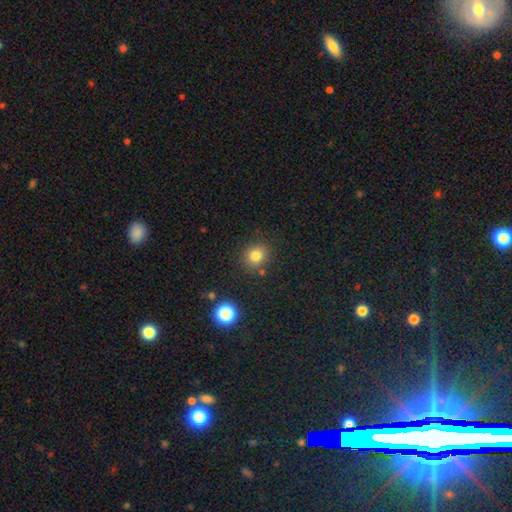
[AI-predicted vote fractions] Overall: smooth (80%). How rounded: round (82%). Merging: none (84%).